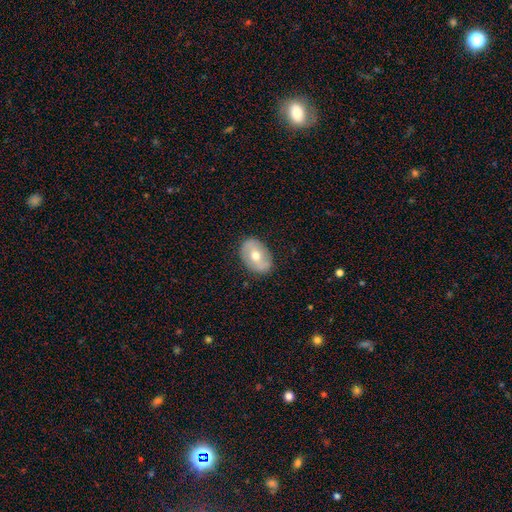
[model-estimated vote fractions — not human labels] Smooth or featured? Predicted: smooth (p=0.47, tied with featured or disk). Merging? Predicted: none (p=0.84).